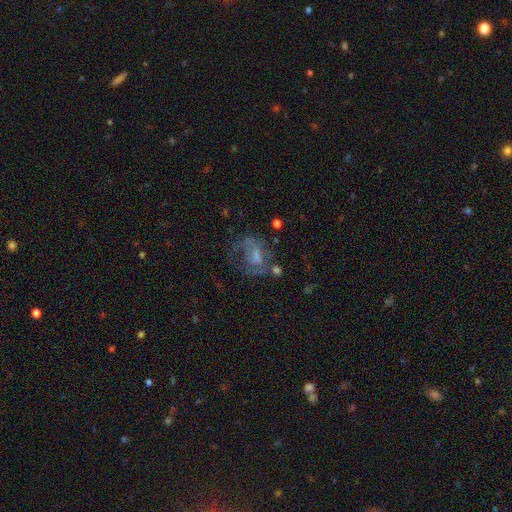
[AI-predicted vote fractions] smooth_or_featured: featured or disk (p=0.60) [alt: smooth p=0.26]
disk_edge_on: no (p=0.97) [alt: yes p=0.03]
bar: no (p=0.48) [alt: weak p=0.41]
has_spiral_arms: yes (p=0.57) [alt: no p=0.43]
bulge_size: small (p=0.34) [alt: none p=0.32]
merging: none (p=0.39) [alt: major disturbance p=0.33]